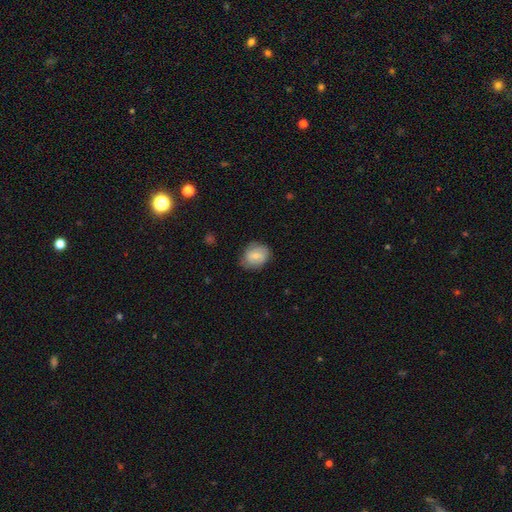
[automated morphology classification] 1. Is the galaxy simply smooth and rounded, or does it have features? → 67% smooth, 26% featured or disk, 7% star or artifact.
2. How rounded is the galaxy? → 57% round, 42% in between, 1% cigar-shaped.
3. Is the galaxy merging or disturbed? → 72% none, 21% minor disturbance, 5% major disturbance, 1% merger.